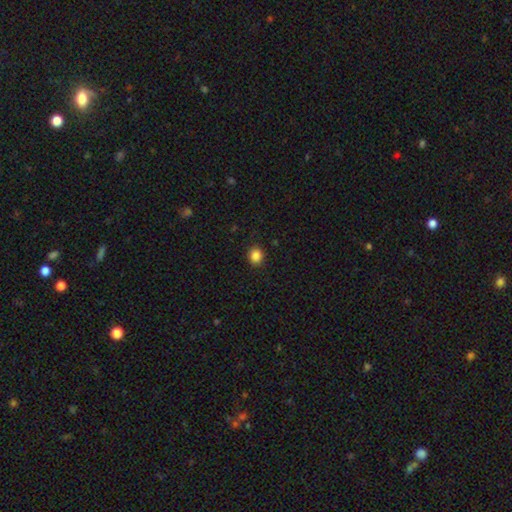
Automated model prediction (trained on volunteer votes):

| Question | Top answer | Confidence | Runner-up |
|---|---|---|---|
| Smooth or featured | smooth | 86% | star or artifact (10%) |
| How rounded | round | 80% | in between (19%) |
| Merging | none | 90% | minor disturbance (7%) |